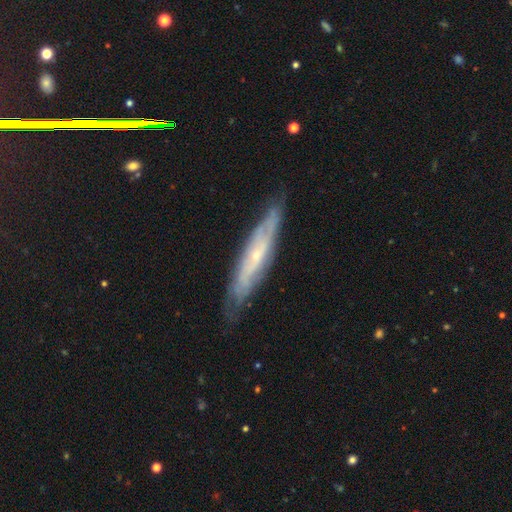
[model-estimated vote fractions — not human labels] This appears to be a featured or disk galaxy (73%) viewed edge-on (51%). Merging: none (77%).